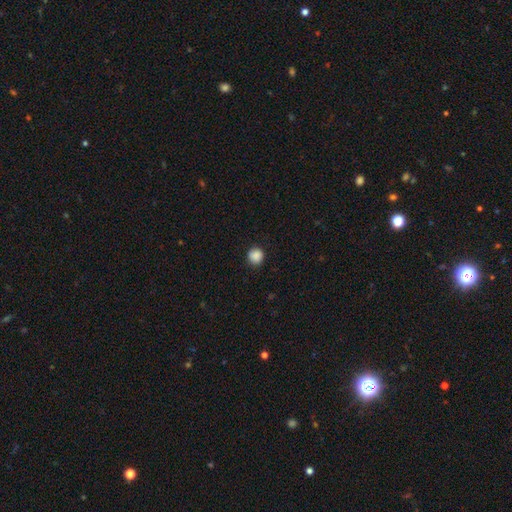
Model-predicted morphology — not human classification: A smooth galaxy with no disk features (88%) that is round (92%).

Vote fractions:
- Smooth or featured? smooth: 88% / star or artifact: 9% / featured or disk: 2%
- How rounded? round: 92% / in between: 7% / cigar-shaped: 1%
- Merging? none: 89% / minor disturbance: 8% / major disturbance: 2% / merger: 1%